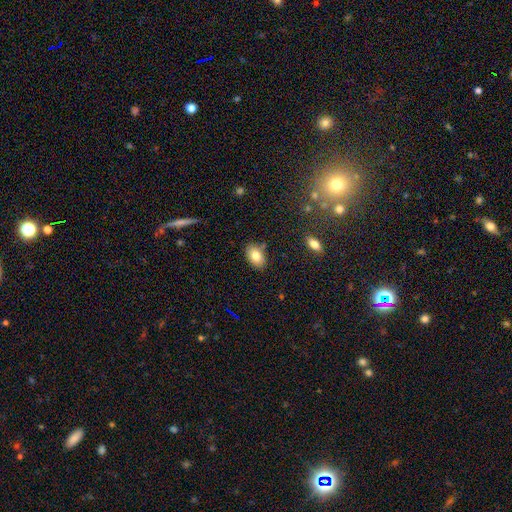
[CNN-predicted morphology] Smooth or featured: smooth — 81% (featured or disk — 11%)
How rounded: in between — 88% (round — 11%)
Merging: none — 80% (minor disturbance — 13%)